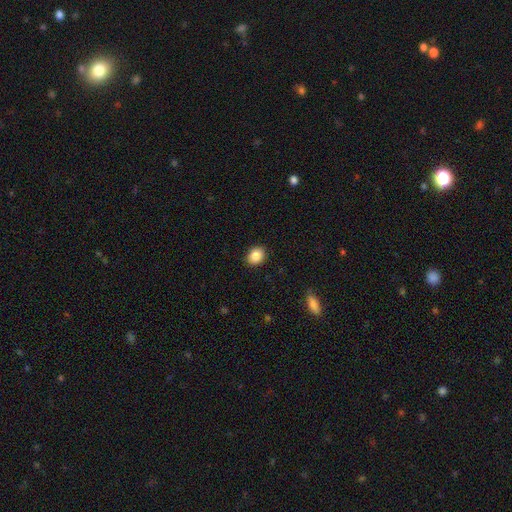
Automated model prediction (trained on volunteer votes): Q: Smooth or featured?
A: smooth (87%); runner-up: star or artifact (9%)
Q: How rounded?
A: in between (51%); runner-up: round (48%)
Q: Merging?
A: none (90%); runner-up: minor disturbance (7%)